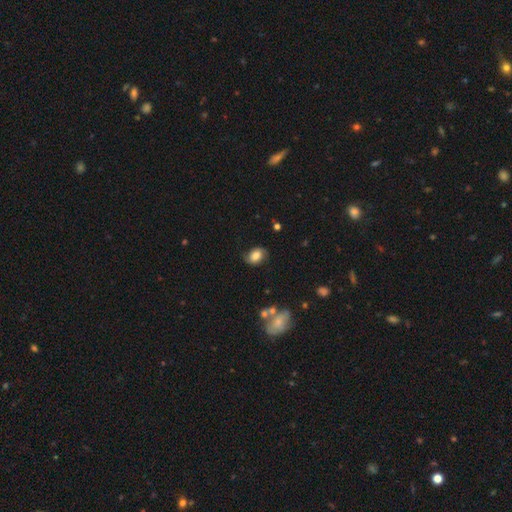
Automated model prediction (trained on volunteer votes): A smooth galaxy with no disk features (65%) that is in between round and cigar-shaped (70%). Merging: none (73%).